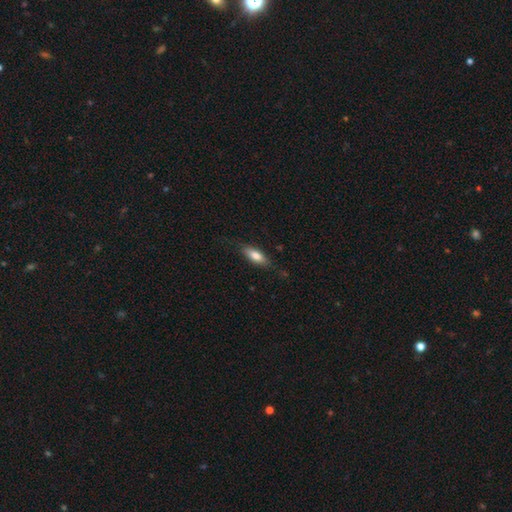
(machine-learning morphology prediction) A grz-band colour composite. It shows a smooth galaxy with no disk features (74%) that is in between round and cigar-shaped (65%). Merging: none (77%).